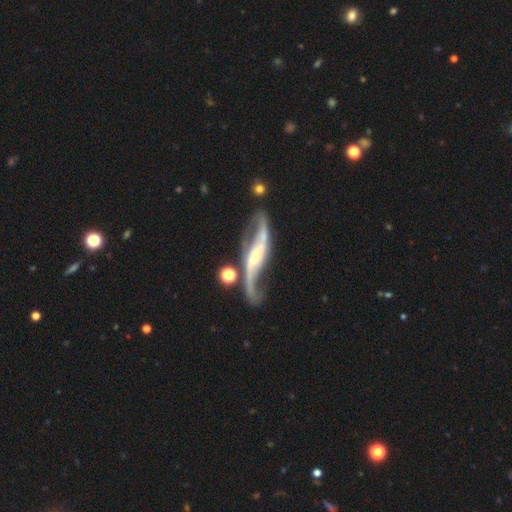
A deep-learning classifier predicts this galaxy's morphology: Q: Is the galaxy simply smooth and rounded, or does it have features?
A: featured or disk — 87%.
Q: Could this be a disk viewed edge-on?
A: no — 84%.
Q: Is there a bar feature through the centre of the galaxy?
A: strong — 39%.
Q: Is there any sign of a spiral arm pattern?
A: yes — 95%.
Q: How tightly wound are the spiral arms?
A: loose — 78%.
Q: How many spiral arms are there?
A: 2 — 91%.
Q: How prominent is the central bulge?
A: small — 37%.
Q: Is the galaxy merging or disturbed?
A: none — 57%.